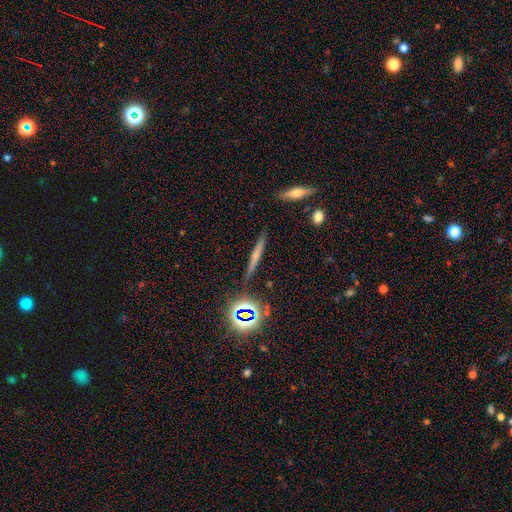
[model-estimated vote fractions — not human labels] Smooth or featured? smooth (49%)
Merging? none (85%)